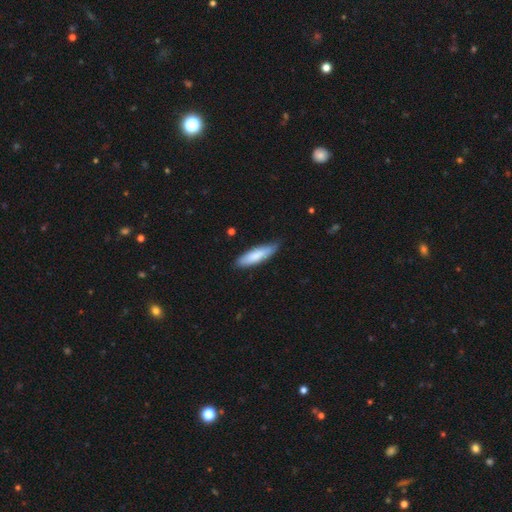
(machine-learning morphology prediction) The model was most divided on "how rounded": cigar-shaped: 62%, in between: 36%, round: 1%. More confident: smooth or featured — smooth (82%); merging — none (80%).